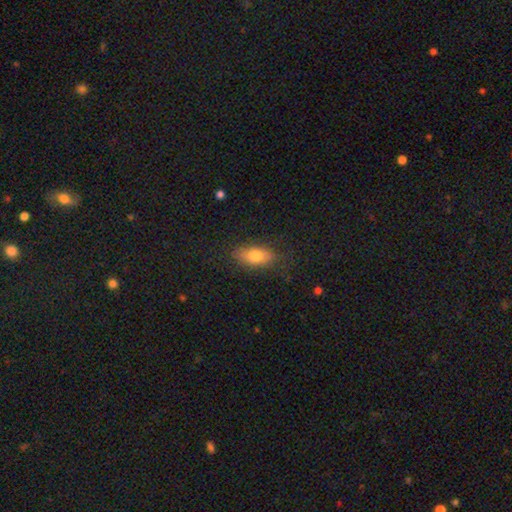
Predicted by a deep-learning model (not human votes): Morphology: type=smooth (76%); roundness=in between (86%); merging=none (80%).